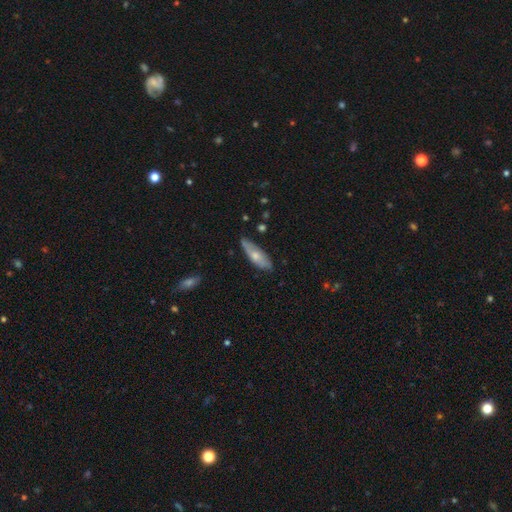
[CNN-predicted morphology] smooth-or-featured: smooth: 57% | featured or disk: 37% | star or artifact: 6%
  how-rounded: in between: 57% | cigar-shaped: 41% | round: 2%
  merging: none: 71% | minor disturbance: 24% | major disturbance: 4% | merger: 2%